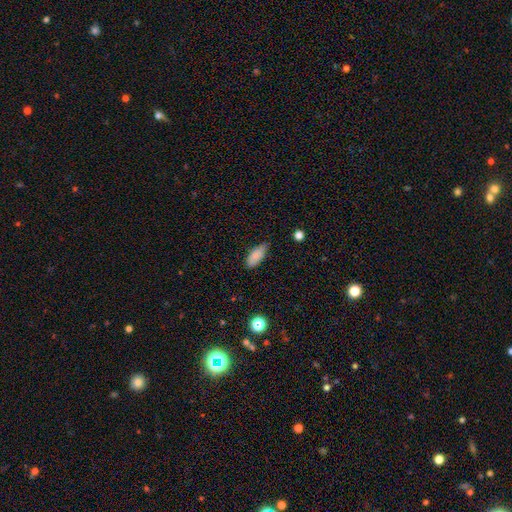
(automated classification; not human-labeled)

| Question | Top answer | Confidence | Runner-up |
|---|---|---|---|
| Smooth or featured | smooth | 83% | featured or disk (9%) |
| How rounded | in between | 82% | cigar-shaped (16%) |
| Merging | none | 68% | minor disturbance (27%) |